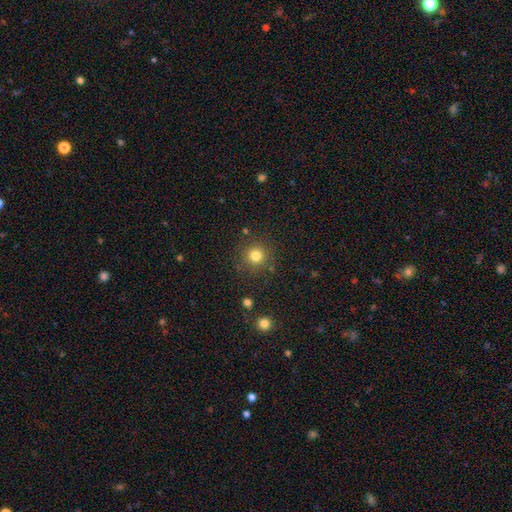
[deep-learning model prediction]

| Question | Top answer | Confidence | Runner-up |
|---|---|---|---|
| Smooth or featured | smooth | 80% | star or artifact (14%) |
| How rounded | round | 94% | in between (5%) |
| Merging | none | 86% | minor disturbance (8%) |